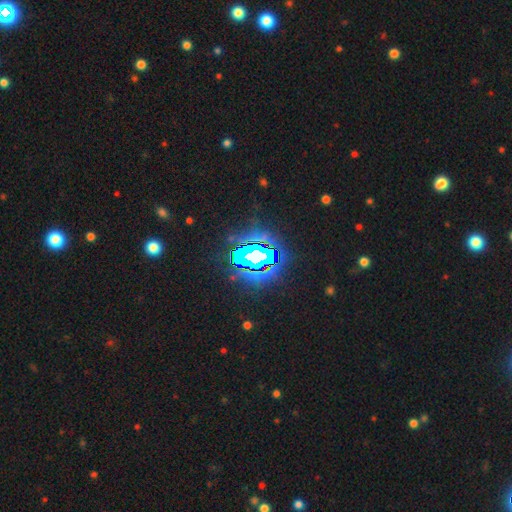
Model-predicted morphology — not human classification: Smooth or featured? Predicted: star or artifact (p=0.74).